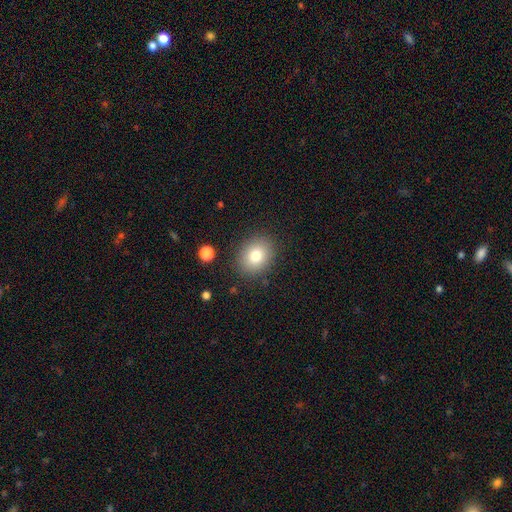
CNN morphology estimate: Overall: smooth (80%). How rounded: round (56%; in between 44%). Merging: none (87%).